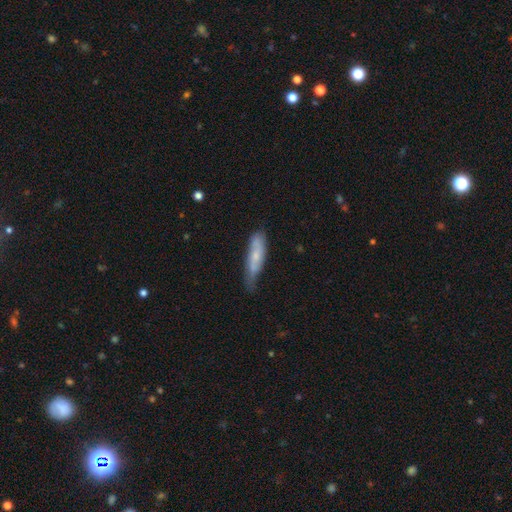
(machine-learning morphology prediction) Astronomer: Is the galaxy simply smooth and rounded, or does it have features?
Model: smooth — 58% (runner-up: featured or disk, 35%).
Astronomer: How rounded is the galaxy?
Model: cigar-shaped — 68%.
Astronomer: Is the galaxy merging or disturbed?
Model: none — 51% (runner-up: minor disturbance, 37%).